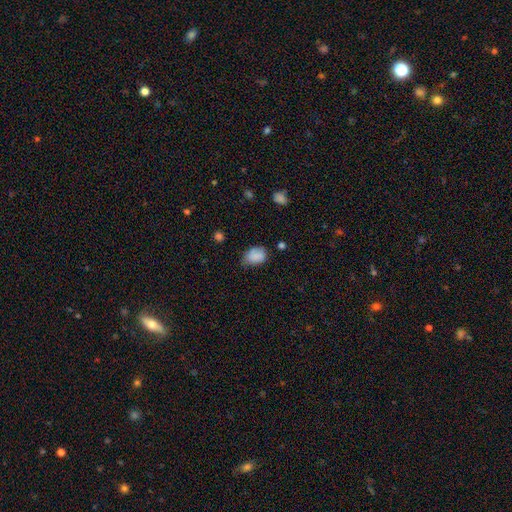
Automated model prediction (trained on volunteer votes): Smooth or featured? smooth (84%)
How rounded? in between (78%)
Merging? none (54%)